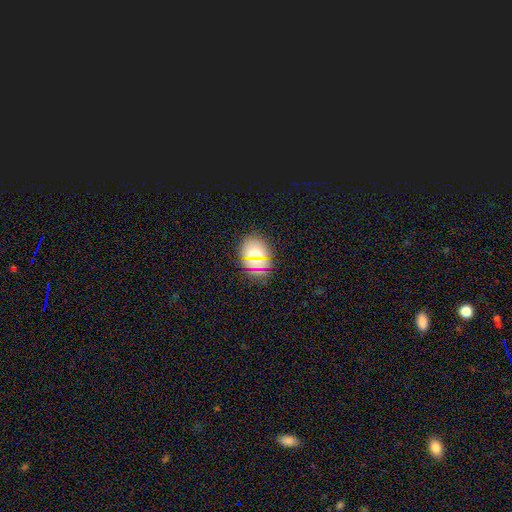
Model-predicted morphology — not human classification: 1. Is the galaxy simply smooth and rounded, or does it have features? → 62% smooth, 24% star or artifact, 14% featured or disk.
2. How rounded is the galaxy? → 58% round, 40% in between, 2% cigar-shaped.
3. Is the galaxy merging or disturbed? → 82% none, 12% minor disturbance, 4% major disturbance, 2% merger.